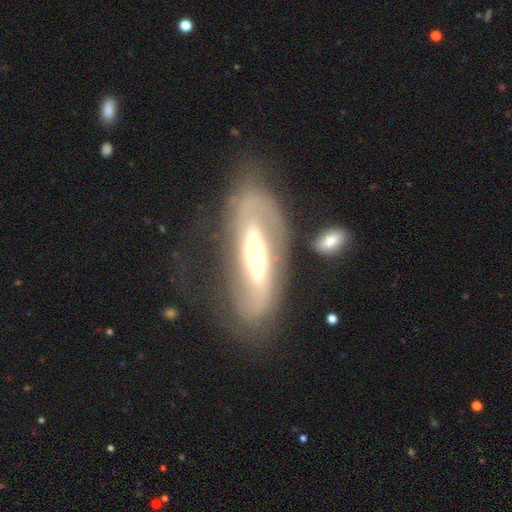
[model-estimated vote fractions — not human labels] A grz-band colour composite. It shows a featured or disk galaxy (77%) with no bar (51%), spiral arms (71%) and a moderate central bulge (59%). Merging: none (51%).